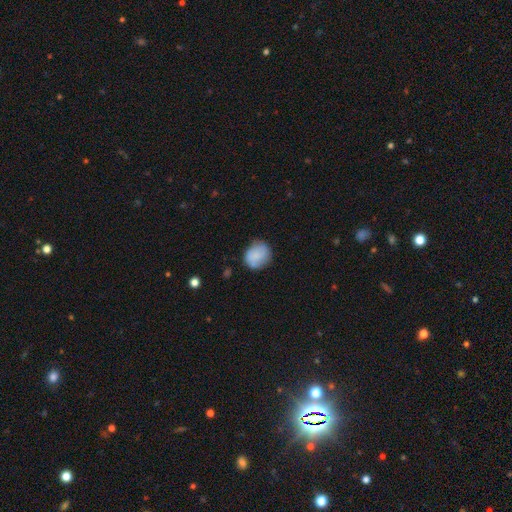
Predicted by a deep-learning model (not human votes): smooth_or_featured: smooth (p=0.78) [alt: featured or disk p=0.15]
how_rounded: round (p=0.71) [alt: in between p=0.28]
merging: none (p=0.68) [alt: minor disturbance p=0.23]